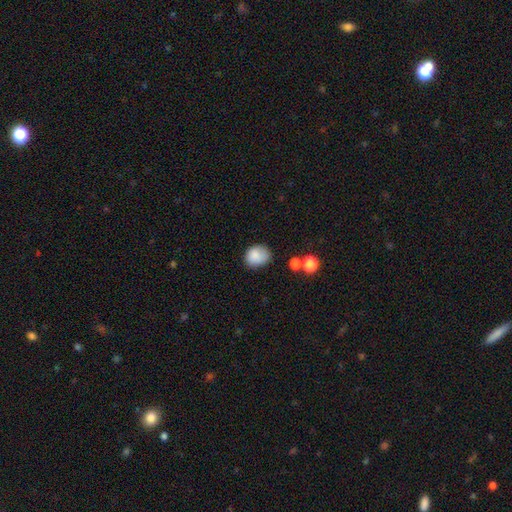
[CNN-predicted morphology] smooth 84%, star or artifact 9%, featured or disk 7%. Down the decision tree: how rounded — round (50%); merging — none (63%).